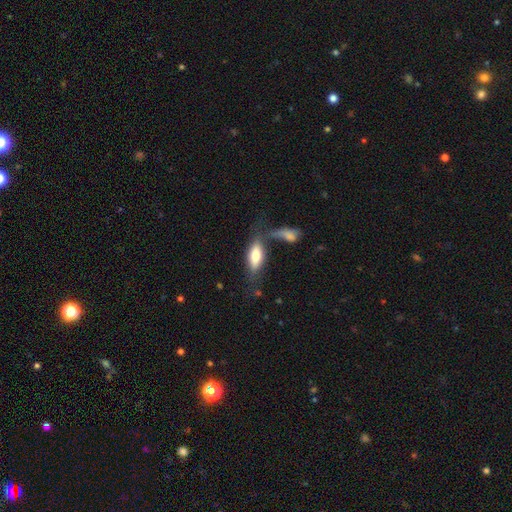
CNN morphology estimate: Smooth or featured?
  - smooth: 70% *
  - featured or disk: 23%
  - star or artifact: 6%
How rounded?
  - in between: 77% *
  - cigar-shaped: 21%
  - round: 2%
Merging?
  - none: 39% *
  - merger: 29%
  - minor disturbance: 17%
  - major disturbance: 15%